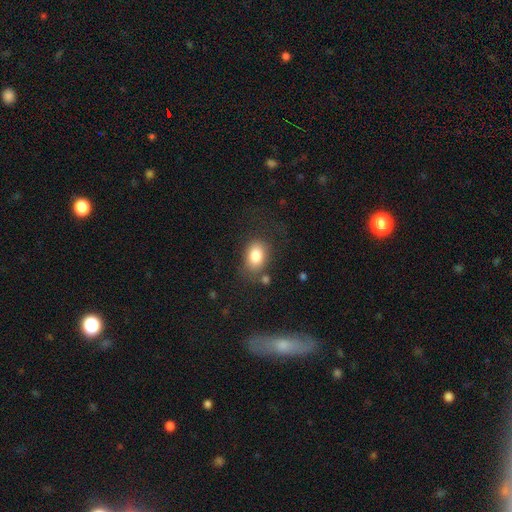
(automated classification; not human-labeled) Overall: smooth (82%). How rounded: in between (75%). Merging: none (67%).